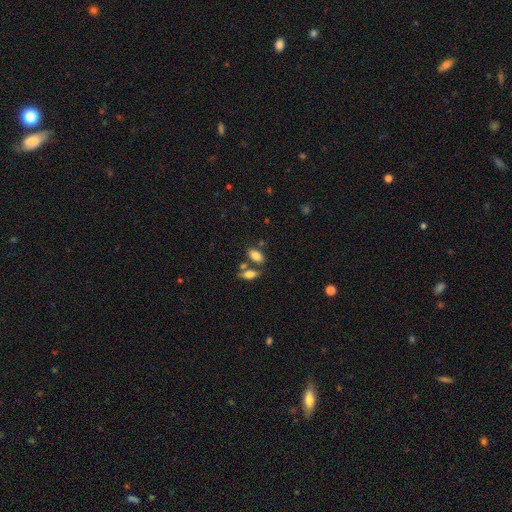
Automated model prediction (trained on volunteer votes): Smooth or featured? Predicted: smooth (p=0.79). How rounded? Predicted: in between (p=0.88). Merging? Predicted: none (p=0.58).